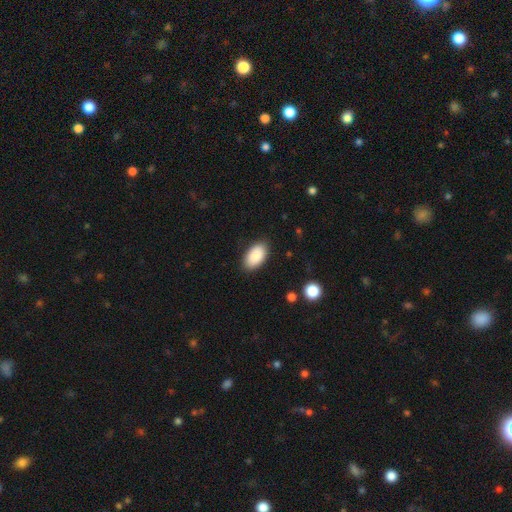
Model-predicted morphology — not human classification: Smooth or featured: smooth — 89% (star or artifact — 6%)
How rounded: in between — 95% (round — 3%)
Merging: none — 87% (minor disturbance — 10%)